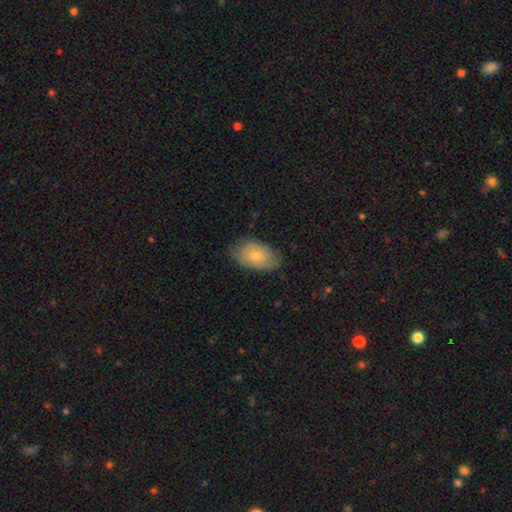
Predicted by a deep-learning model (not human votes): This appears to be a smooth galaxy with no disk features (75%) that is in between round and cigar-shaped (92%). Merging: none (71%).